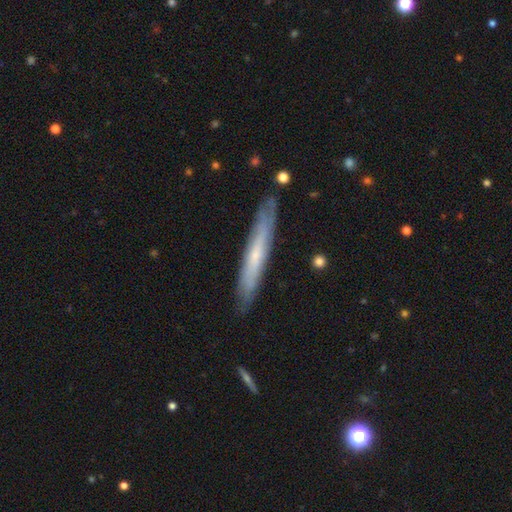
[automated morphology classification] The model was most divided on "smooth or featured": featured or disk: 53%, smooth: 40%, star or artifact: 6%. More confident: merging — none (84%); edge-on disk — yes (81%).